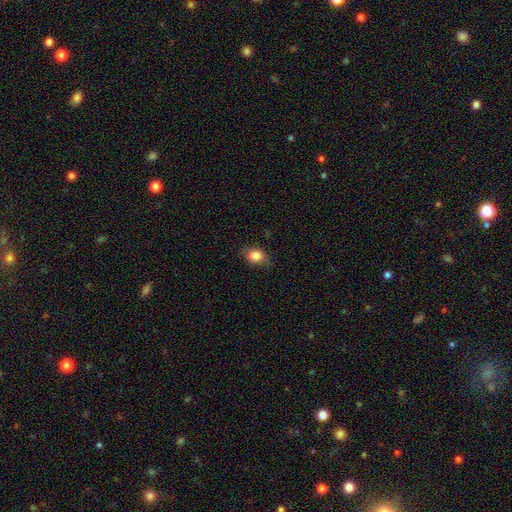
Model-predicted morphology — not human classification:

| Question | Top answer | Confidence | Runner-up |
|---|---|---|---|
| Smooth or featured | smooth | 85% | star or artifact (9%) |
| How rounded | in between | 68% | round (30%) |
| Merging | none | 76% | minor disturbance (18%) |